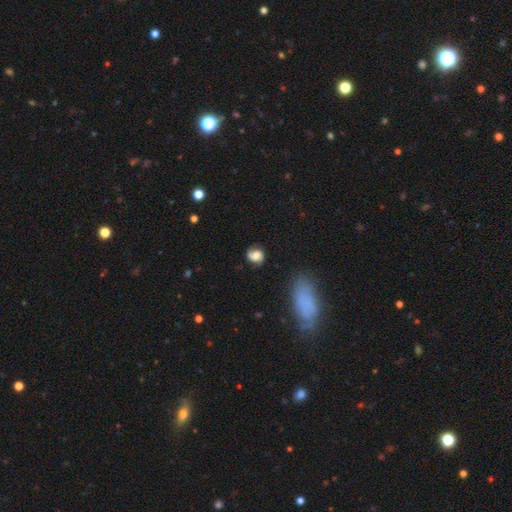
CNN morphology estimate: Smooth or featured? smooth (60%)
How rounded? round (62%)
Merging? none (65%)